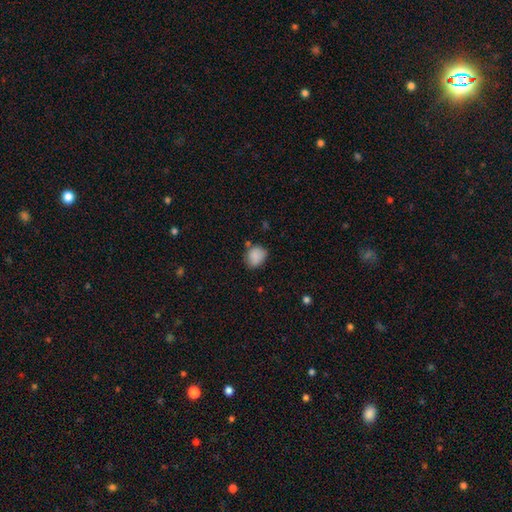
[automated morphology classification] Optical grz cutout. It shows a smooth galaxy with no disk features (87%) that is round (56%). Merging: none (67%).